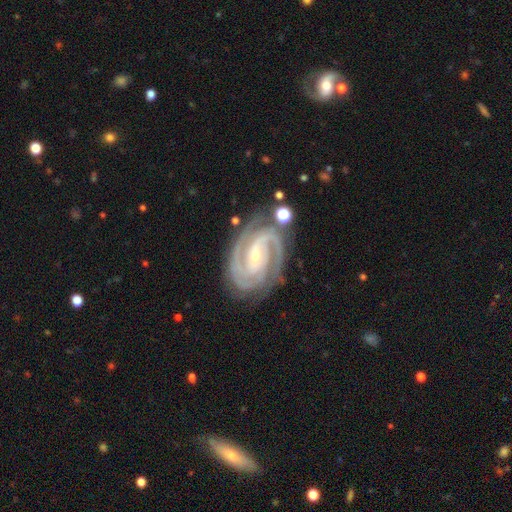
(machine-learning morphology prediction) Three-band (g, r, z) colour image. It shows a featured or disk galaxy (93%) with a weak bar (37%, tied with strong), 2 (65%) tight (69%) spiral arms (99%) and a small central bulge (73%). Merging: none (76%).